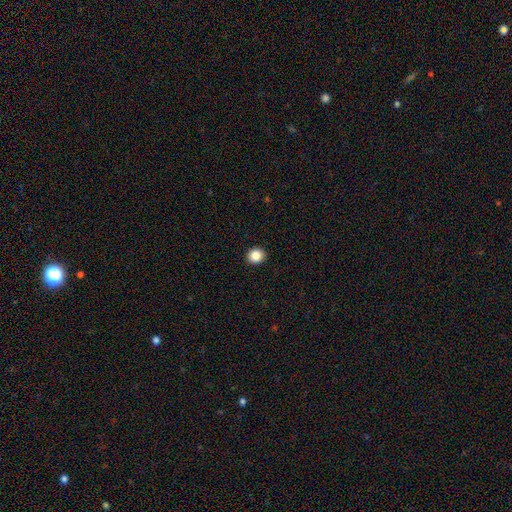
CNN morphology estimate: Smooth or featured? Predicted: smooth (p=0.86). How rounded? Predicted: round (p=0.84). Merging? Predicted: none (p=0.93).